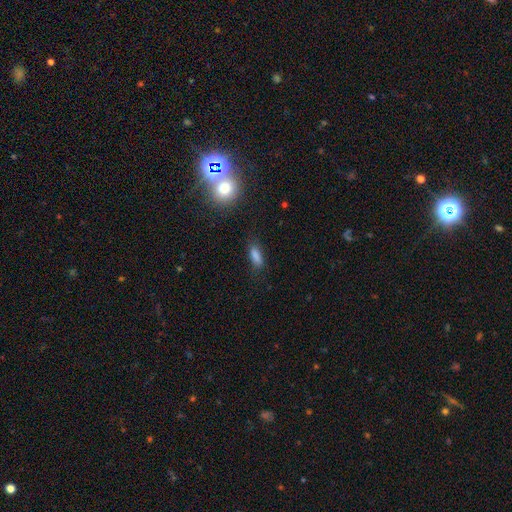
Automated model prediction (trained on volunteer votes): A smooth galaxy with no disk features (81%) that is in between round and cigar-shaped (65%). Merging: none (72%).